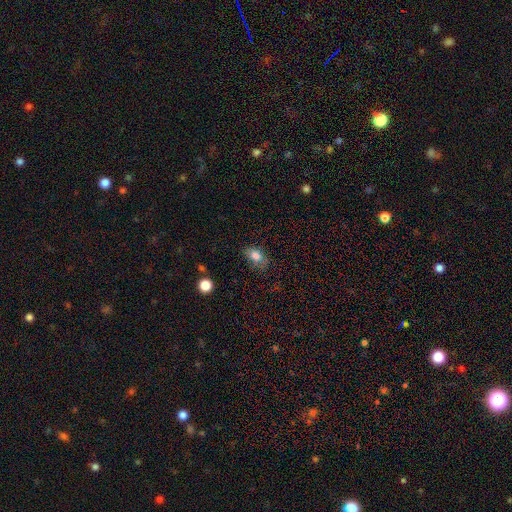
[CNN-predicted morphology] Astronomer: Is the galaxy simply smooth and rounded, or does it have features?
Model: smooth — 79%.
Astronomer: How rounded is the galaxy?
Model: in between — 78%.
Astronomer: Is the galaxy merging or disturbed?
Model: none — 68%.